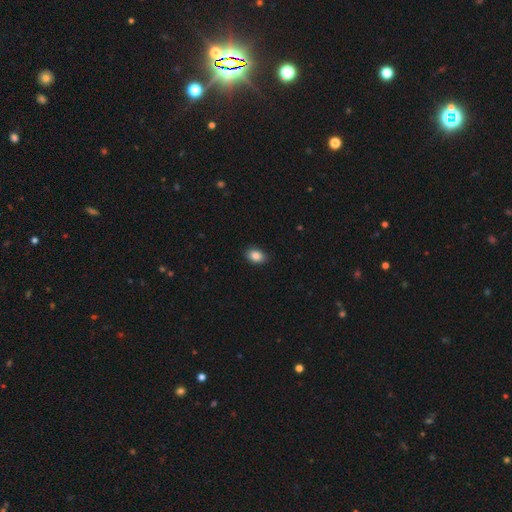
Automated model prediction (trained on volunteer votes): smooth_or_featured: smooth (p=0.87) [alt: star or artifact p=0.09]
how_rounded: in between (p=0.79) [alt: round p=0.20]
merging: none (p=0.87) [alt: minor disturbance p=0.10]